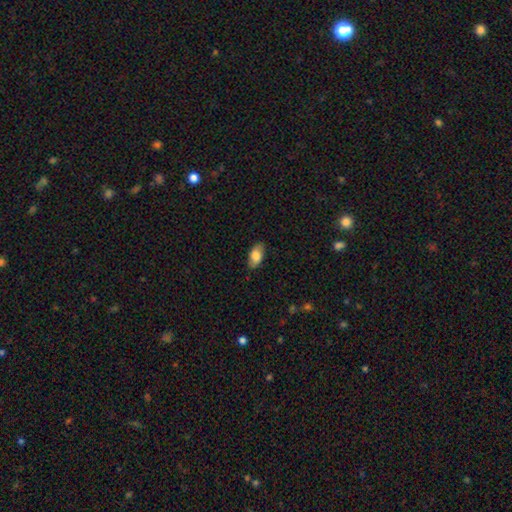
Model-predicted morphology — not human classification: This is likely a smooth galaxy (79%). How rounded: clearly in between (92%). Merging: clearly none (84%).